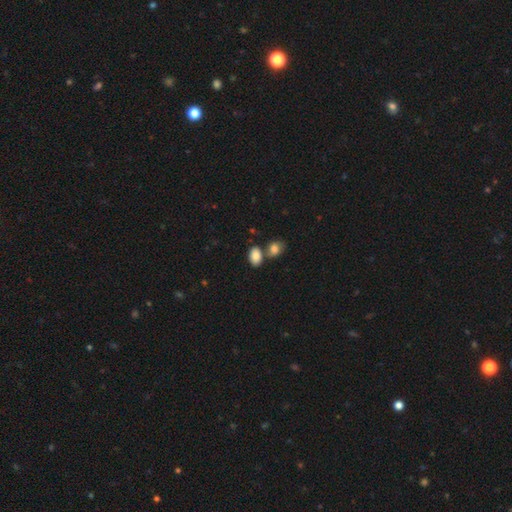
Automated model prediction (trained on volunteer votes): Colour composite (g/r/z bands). It shows a smooth galaxy with no disk features (86%) that is in between round and cigar-shaped (87%). Merging: none (54%).